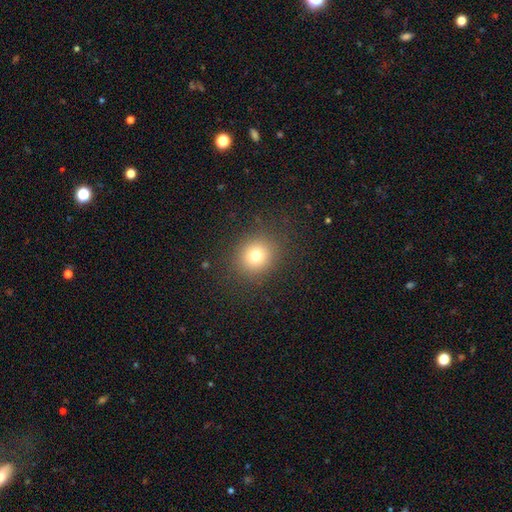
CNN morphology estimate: Overall: smooth (75%). How rounded: round (85%). Merging: none (87%).